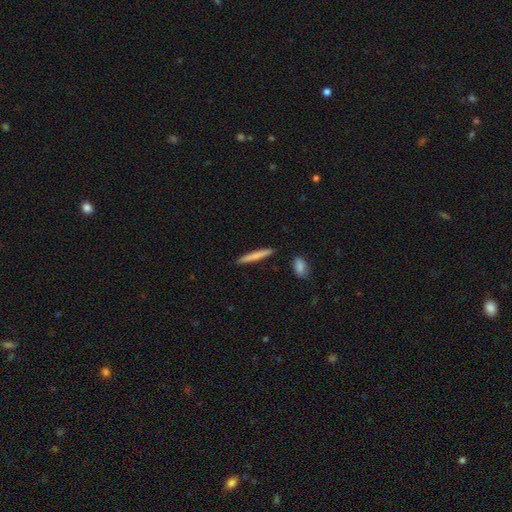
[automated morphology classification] A smooth galaxy with no disk features (71%) that is cigar-shaped (95%). Merging: none (90%).